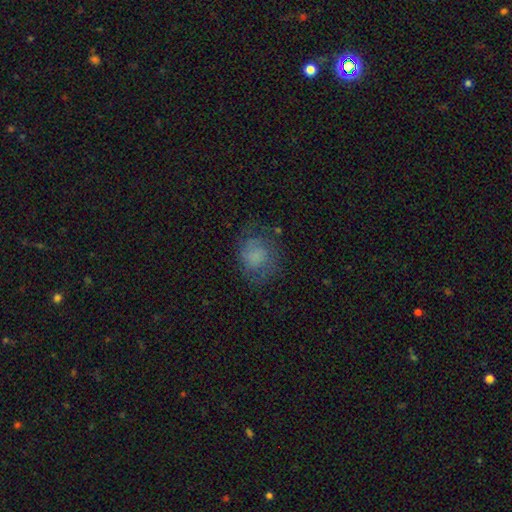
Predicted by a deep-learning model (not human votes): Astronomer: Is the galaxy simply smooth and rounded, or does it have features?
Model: smooth — 57%.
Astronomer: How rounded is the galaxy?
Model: round — 63%.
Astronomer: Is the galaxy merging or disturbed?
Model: none — 64%.